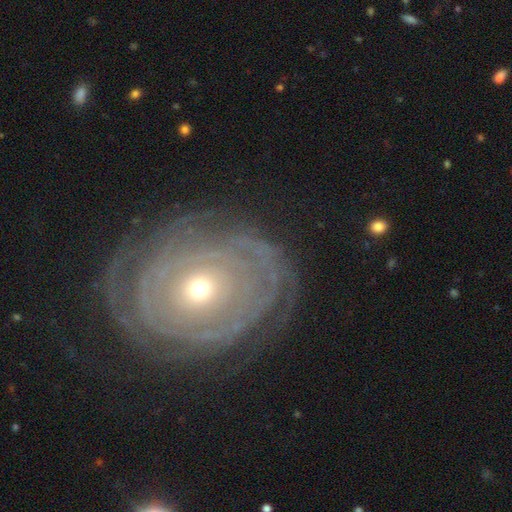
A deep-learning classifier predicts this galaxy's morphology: This appears to be a featured or disk galaxy (81%) with no bar (85%), tight (85%) spiral arms (85%) and a small central bulge (55%). Merging: none (76%).